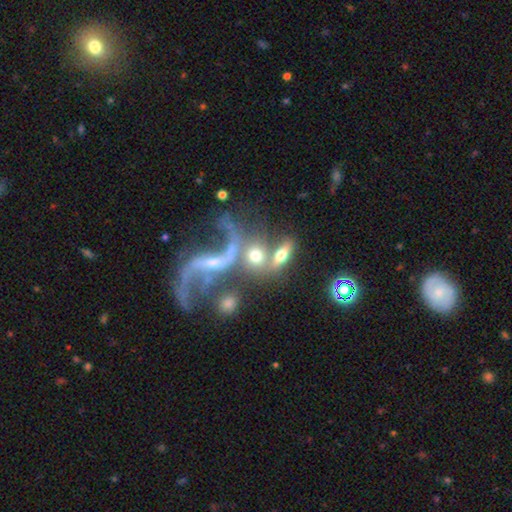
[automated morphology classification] This is possibly a smooth galaxy (53%). How rounded: possibly round (45%). Merging: possibly merger (51%).